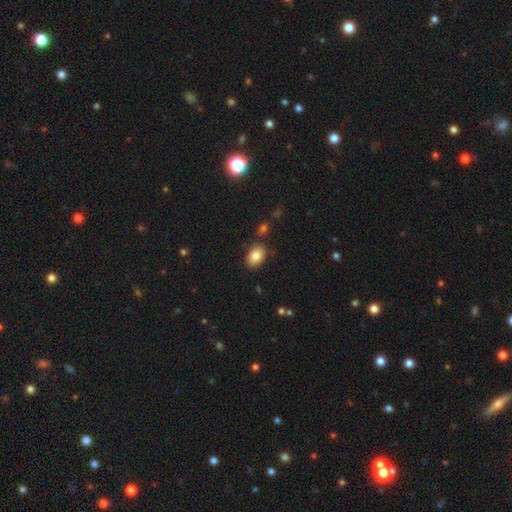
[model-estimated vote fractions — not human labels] A smooth galaxy with no disk features (85%) that is in between round and cigar-shaped (86%). Merging: none (81%).